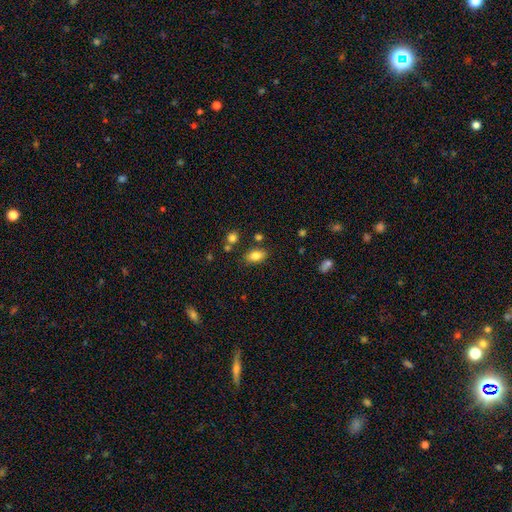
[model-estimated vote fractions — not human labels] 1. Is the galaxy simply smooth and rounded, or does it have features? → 82% smooth, 9% star or artifact, 9% featured or disk.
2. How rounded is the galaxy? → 89% in between, 8% round, 3% cigar-shaped.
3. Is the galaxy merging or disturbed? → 79% none, 12% minor disturbance, 6% merger, 3% major disturbance.